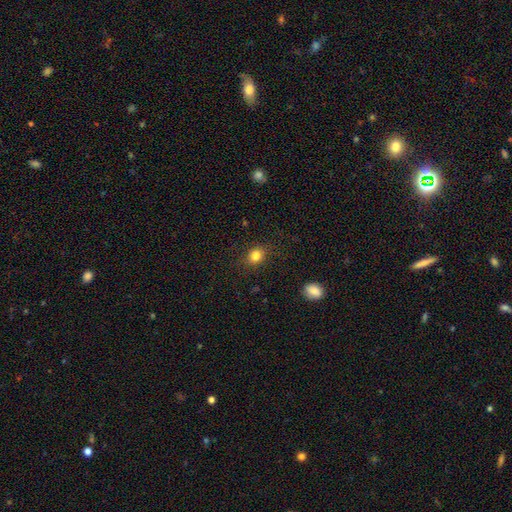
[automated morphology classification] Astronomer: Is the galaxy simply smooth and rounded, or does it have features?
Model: smooth — 83%.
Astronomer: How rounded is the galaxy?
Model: round — 58% (runner-up: in between, 41%).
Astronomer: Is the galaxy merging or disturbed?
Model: none — 85%.